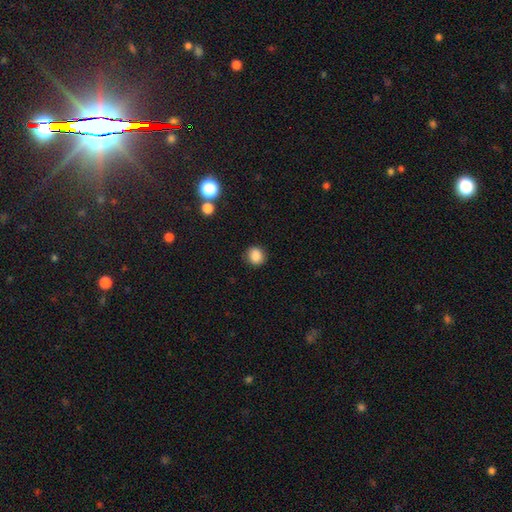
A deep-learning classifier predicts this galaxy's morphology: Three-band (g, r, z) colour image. It shows a smooth galaxy with no disk features (86%) that is round (80%). Merging: none (87%).